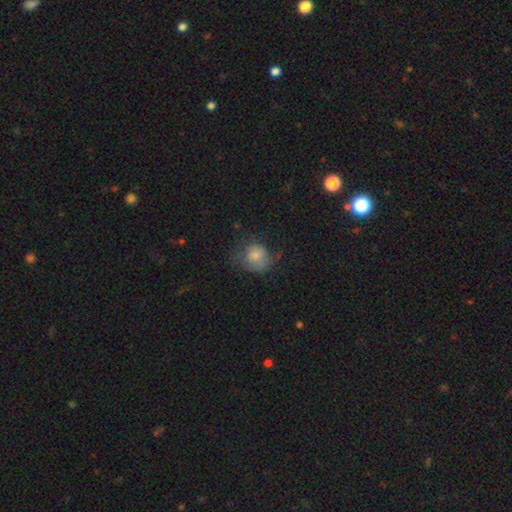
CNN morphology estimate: Smooth or featured?
  - smooth: 69% *
  - featured or disk: 21%
  - star or artifact: 10%
How rounded?
  - round: 75% *
  - in between: 24%
  - cigar-shaped: 1%
Merging?
  - none: 43% *
  - minor disturbance: 28%
  - major disturbance: 28%
  - merger: 2%